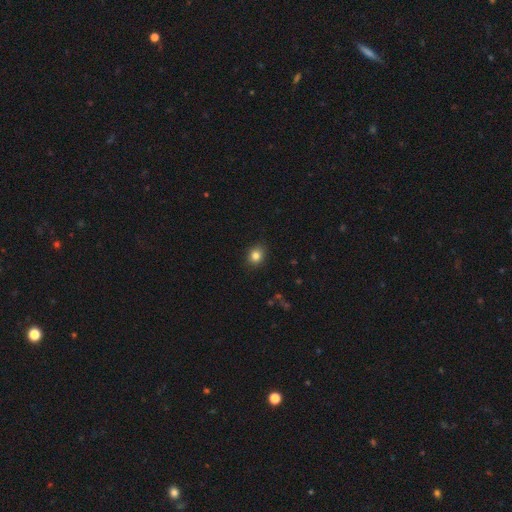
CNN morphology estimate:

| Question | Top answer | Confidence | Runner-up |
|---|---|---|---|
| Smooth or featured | smooth | 83% | star or artifact (11%) |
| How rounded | round | 68% | in between (31%) |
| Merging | none | 87% | minor disturbance (10%) |